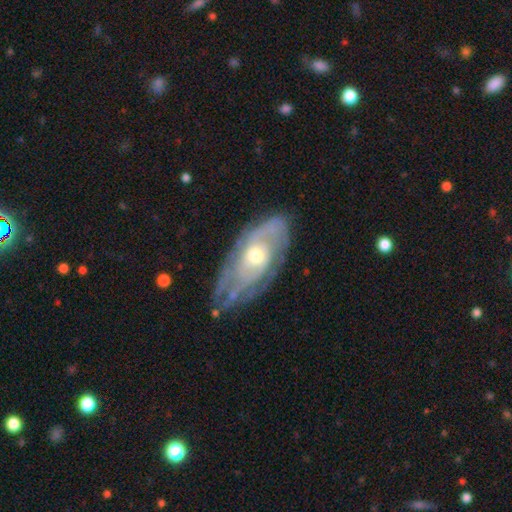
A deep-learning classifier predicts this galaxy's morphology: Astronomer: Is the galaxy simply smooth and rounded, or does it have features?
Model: featured or disk — 77%.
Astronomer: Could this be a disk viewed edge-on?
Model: no — 90%.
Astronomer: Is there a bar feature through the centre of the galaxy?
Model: no — 73%.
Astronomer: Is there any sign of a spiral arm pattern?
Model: yes — 84%.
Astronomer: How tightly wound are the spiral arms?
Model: tight — 56% (runner-up: medium, 32%).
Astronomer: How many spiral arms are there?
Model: can't tell — 46% (runner-up: 2, 32%).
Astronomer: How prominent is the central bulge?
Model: moderate — 63%.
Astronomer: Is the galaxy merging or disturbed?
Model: none — 62%.